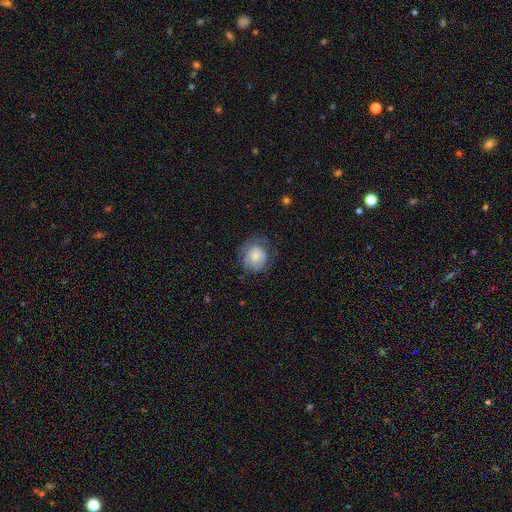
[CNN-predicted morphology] Smooth or featured?
  - smooth: 71% *
  - featured or disk: 21%
  - star or artifact: 8%
How rounded?
  - round: 83% *
  - in between: 16%
  - cigar-shaped: 1%
Merging?
  - none: 61% *
  - minor disturbance: 24%
  - major disturbance: 14%
  - merger: 1%